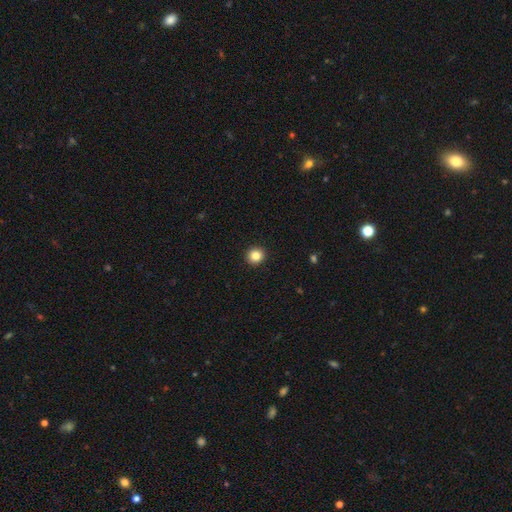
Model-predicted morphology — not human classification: This appears to be a smooth galaxy with no disk features (85%) that is round (92%). Merging: none (93%).